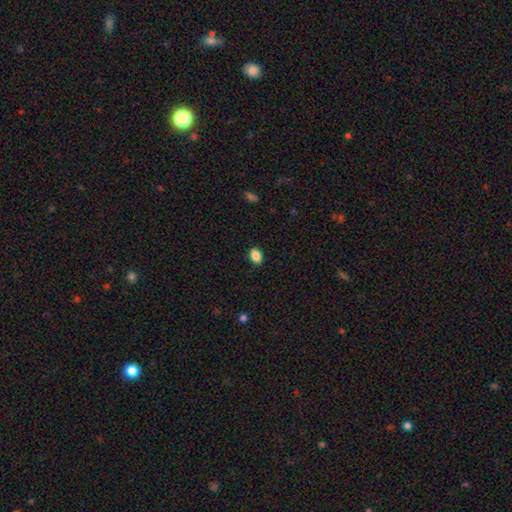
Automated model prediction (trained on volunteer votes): Q: Smooth or featured?
A: smooth (87%); runner-up: star or artifact (9%)
Q: How rounded?
A: in between (79%); runner-up: round (19%)
Q: Merging?
A: none (86%); runner-up: minor disturbance (11%)